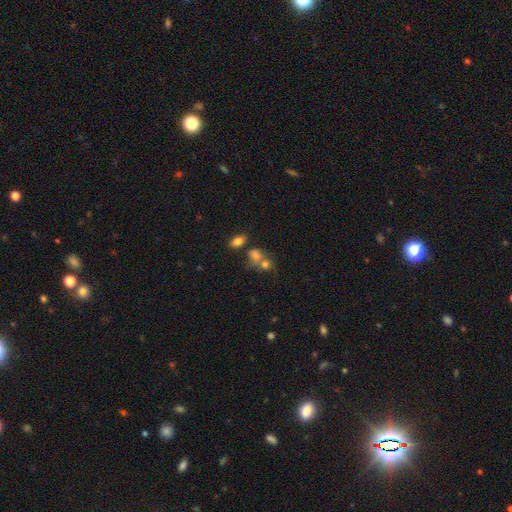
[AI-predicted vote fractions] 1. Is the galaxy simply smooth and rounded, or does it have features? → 73% smooth, 13% star or artifact, 13% featured or disk.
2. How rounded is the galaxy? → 54% round, 44% in between, 2% cigar-shaped.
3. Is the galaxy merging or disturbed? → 45% merger, 37% none, 11% minor disturbance, 6% major disturbance.